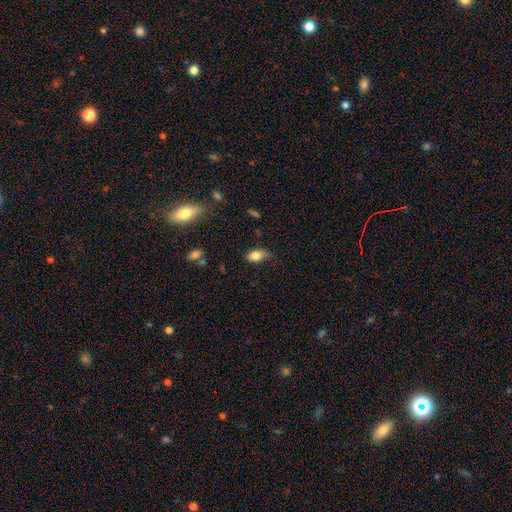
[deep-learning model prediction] Q: Smooth or featured?
A: smooth (81%); runner-up: featured or disk (10%)
Q: How rounded?
A: in between (88%); runner-up: round (7%)
Q: Merging?
A: none (70%); runner-up: minor disturbance (23%)